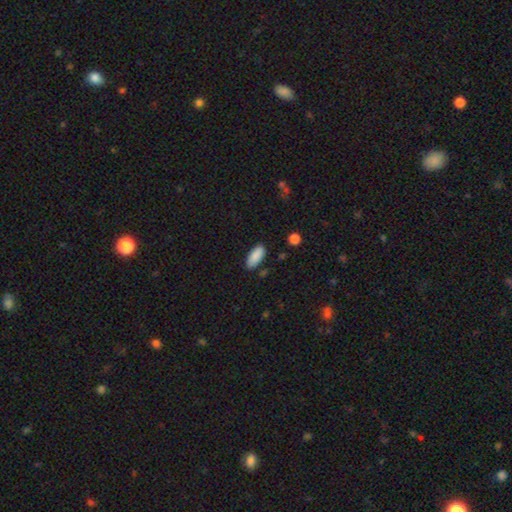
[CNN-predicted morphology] A smooth galaxy with no disk features (89%) that is in between round and cigar-shaped (84%). Merging: none (84%).